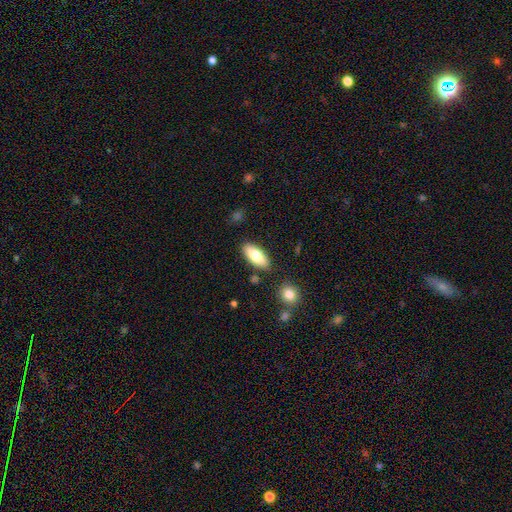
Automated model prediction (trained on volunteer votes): Morphology: type=smooth (77%); roundness=in between (85%); merging=none (84%).